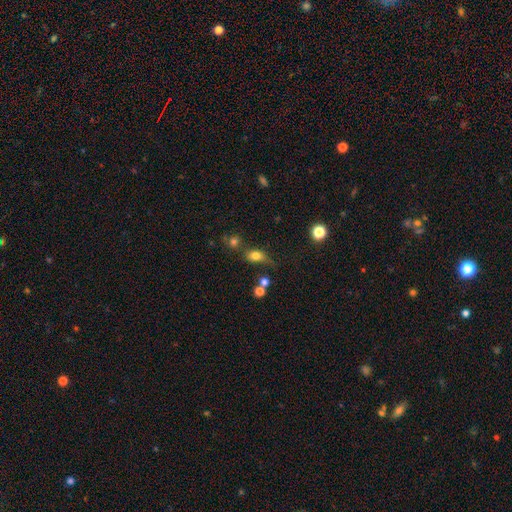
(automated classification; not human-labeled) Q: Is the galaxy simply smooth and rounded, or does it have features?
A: smooth — 75%.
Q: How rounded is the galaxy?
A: in between — 63%.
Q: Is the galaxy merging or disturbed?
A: none — 48%.